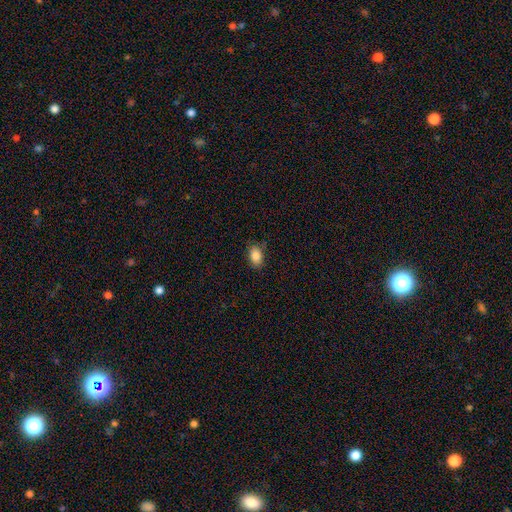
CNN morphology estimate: type=smooth (87%); roundness=in between (86%); merging=none (83%).